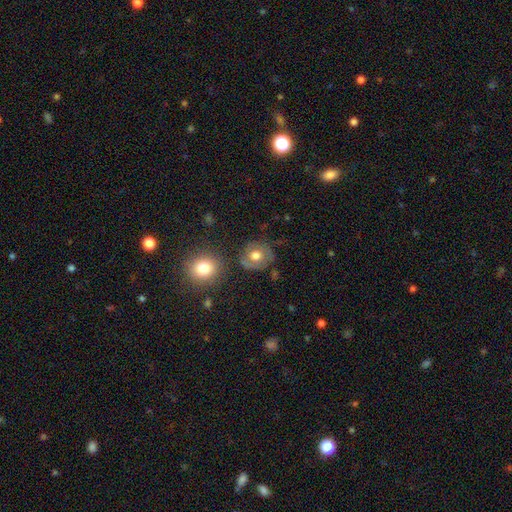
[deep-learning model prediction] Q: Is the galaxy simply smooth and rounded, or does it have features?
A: smooth — 60%.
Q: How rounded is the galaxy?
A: round — 78%.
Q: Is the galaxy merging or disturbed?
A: none — 70%.